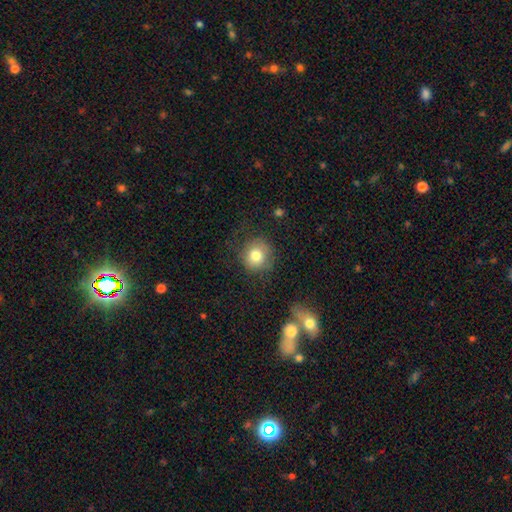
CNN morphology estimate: Smooth or featured? smooth (79%)
How rounded? round (90%)
Merging? none (75%)